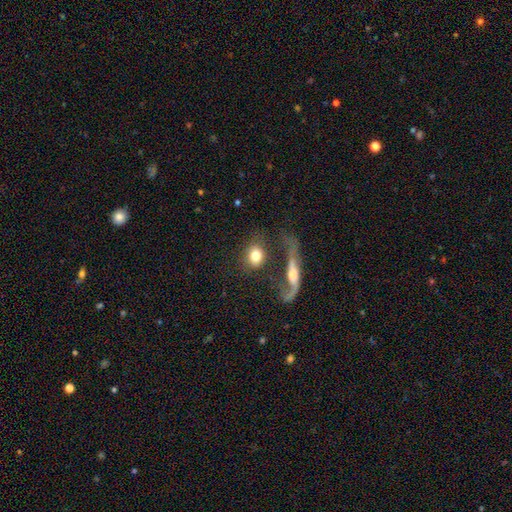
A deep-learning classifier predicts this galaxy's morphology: This appears to be a smooth galaxy with no disk features (74%) that is round (55%). Merging: none (56%).